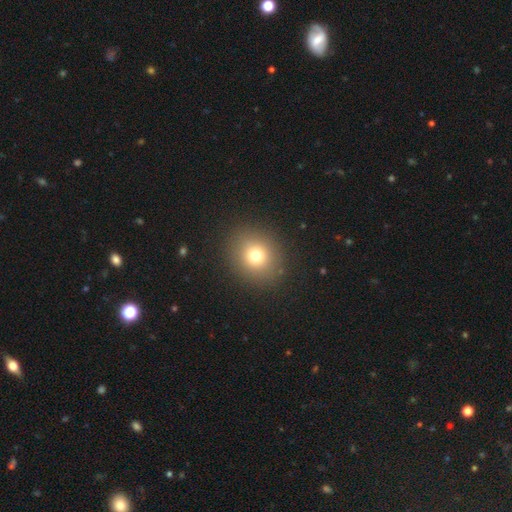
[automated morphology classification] A smooth galaxy with no disk features (75%) that is round (82%). Merging: none (89%).